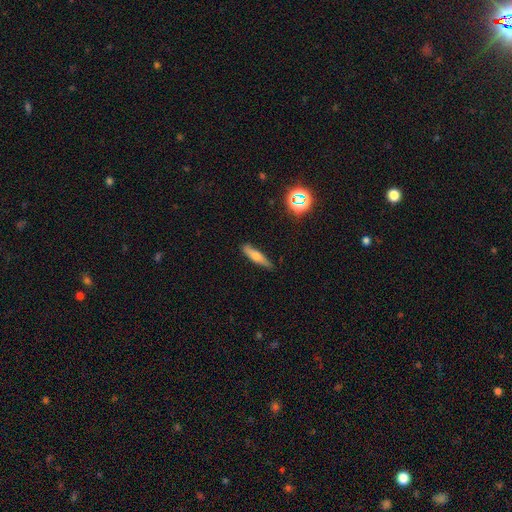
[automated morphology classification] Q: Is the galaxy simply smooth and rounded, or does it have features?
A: smooth — 56%.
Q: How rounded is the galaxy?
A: cigar-shaped — 80%.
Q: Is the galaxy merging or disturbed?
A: none — 82%.